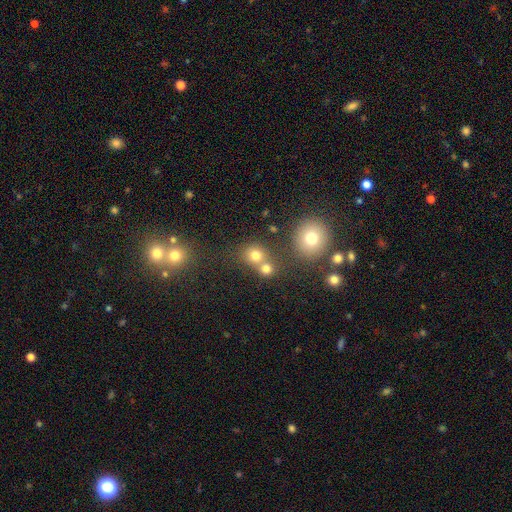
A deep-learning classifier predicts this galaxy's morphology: This is likely a smooth galaxy (73%). How rounded: clearly round (83%). Merging: possibly none (54%).